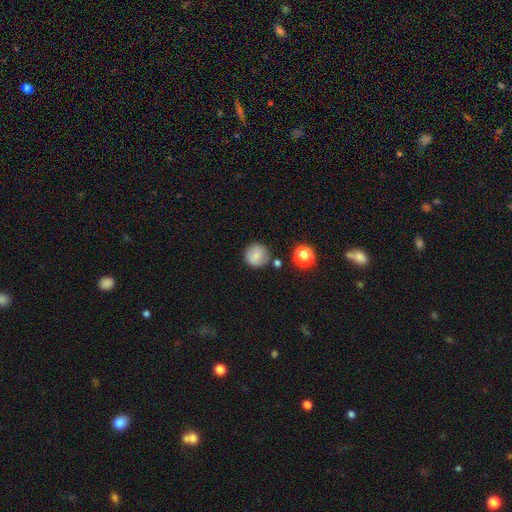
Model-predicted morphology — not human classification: Smooth or featured? smooth (80%)
How rounded? round (94%)
Merging? none (80%)